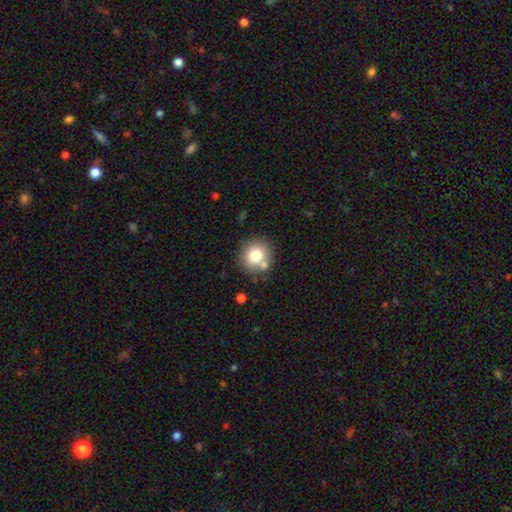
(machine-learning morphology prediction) The model was most divided on "merging": none: 69%, merger: 15%, minor disturbance: 12%, major disturbance: 4%. More confident: how rounded — round (87%); smooth or featured — smooth (80%).